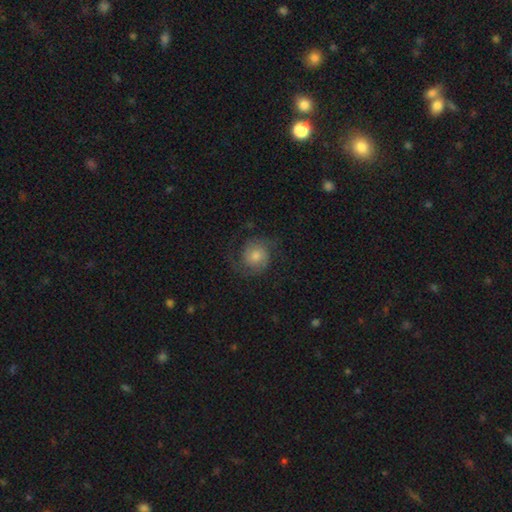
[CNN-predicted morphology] The model was most divided on "bulge size": moderate: 52%, small: 34%, large: 9%, none: 4%, dominant: 2%. Remaining: edge-on disk — no (98%); spiral arms — yes (94%); spiral arm count — 2 (81%); bar — no (73%); merging — none (73%); smooth or featured — featured or disk (69%); spiral winding — medium (47%).